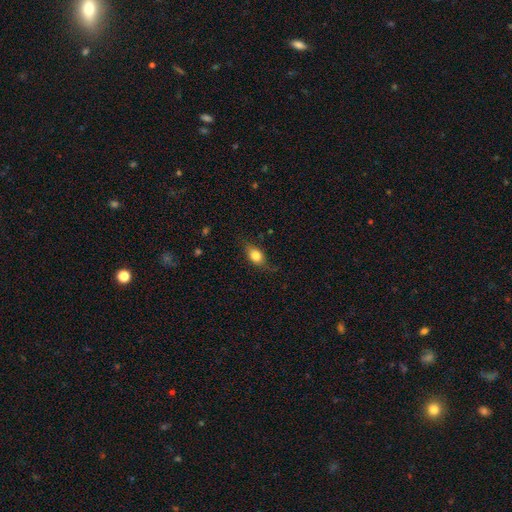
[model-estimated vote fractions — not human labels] smooth-or-featured: smooth: 75% | featured or disk: 16% | star or artifact: 8%
  how-rounded: in between: 73% | round: 21% | cigar-shaped: 6%
  merging: none: 70% | minor disturbance: 22% | major disturbance: 7% | merger: 1%